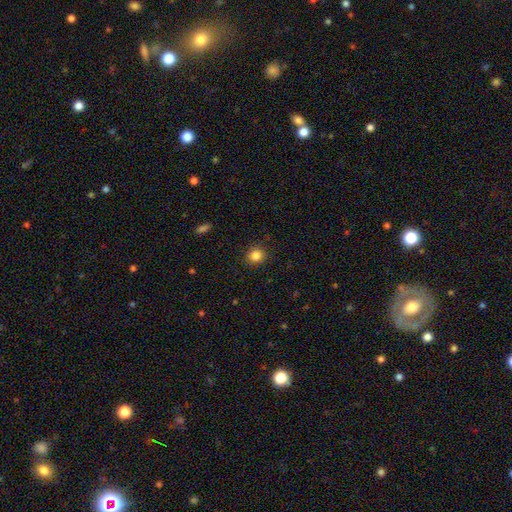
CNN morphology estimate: Smooth or featured? smooth (85%)
How rounded? round (86%)
Merging? none (90%)